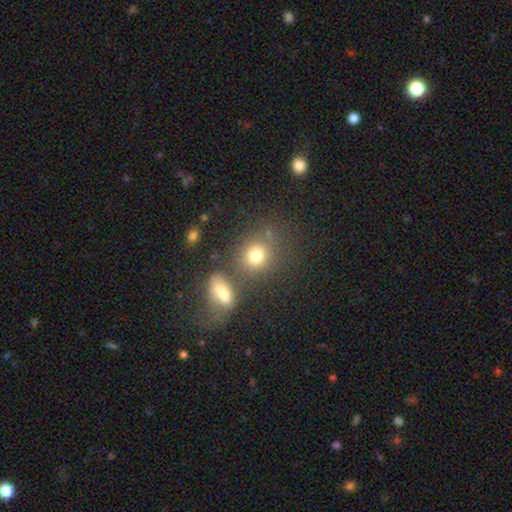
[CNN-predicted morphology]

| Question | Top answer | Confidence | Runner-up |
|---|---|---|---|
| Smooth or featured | smooth | 76% | star or artifact (14%) |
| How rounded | round | 69% | in between (29%) |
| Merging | none | 64% | merger (19%) |